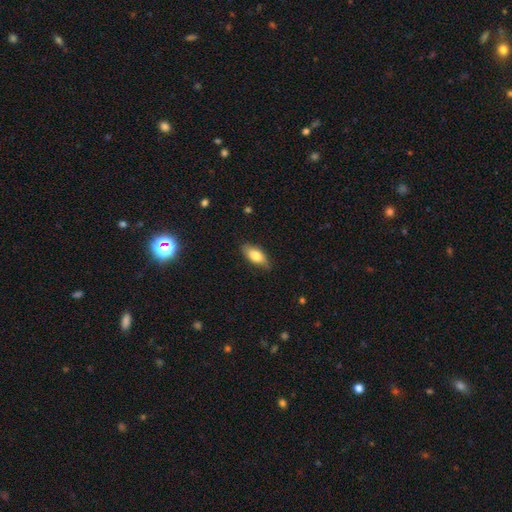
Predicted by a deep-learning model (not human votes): Q: Smooth or featured?
A: smooth (76%); runner-up: featured or disk (18%)
Q: How rounded?
A: in between (85%); runner-up: cigar-shaped (12%)
Q: Merging?
A: none (82%); runner-up: minor disturbance (15%)